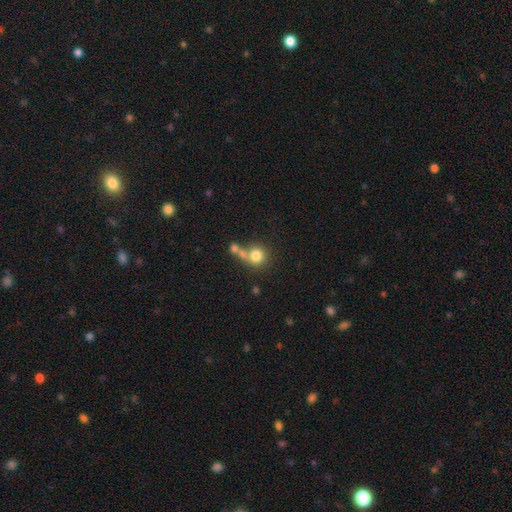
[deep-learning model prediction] This is likely a smooth galaxy (78%). How rounded: clearly round (87%). Merging: possibly none (46%).